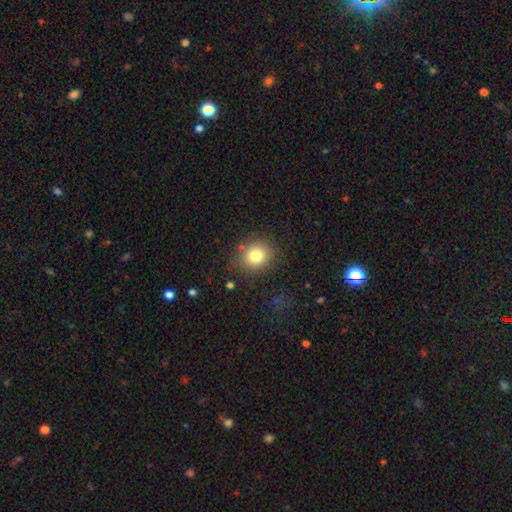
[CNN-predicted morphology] Smooth or featured: smooth — 80% (star or artifact — 12%)
How rounded: round — 75% (in between — 24%)
Merging: none — 85% (minor disturbance — 10%)